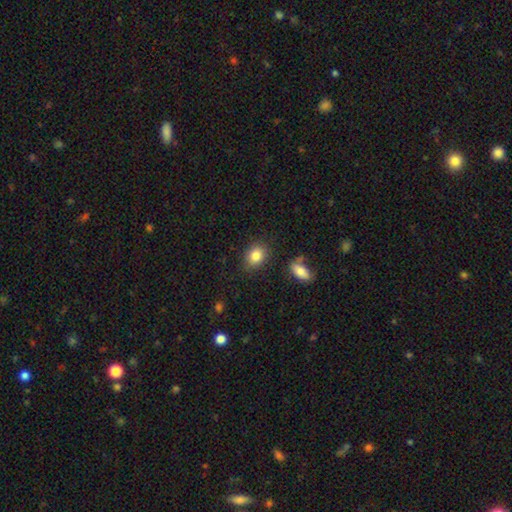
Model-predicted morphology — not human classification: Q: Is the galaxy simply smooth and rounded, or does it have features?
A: smooth — 84%.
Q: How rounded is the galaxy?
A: in between — 55%.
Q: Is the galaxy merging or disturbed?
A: none — 82%.